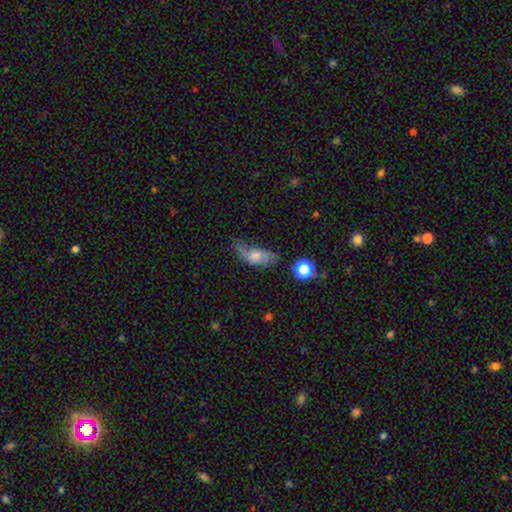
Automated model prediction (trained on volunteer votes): smooth-or-featured: smooth: 53% | featured or disk: 36% | star or artifact: 11%
  how-rounded: in between: 78% | cigar-shaped: 13% | round: 9%
  merging: minor disturbance: 33% | none: 32% | major disturbance: 30% | merger: 5%